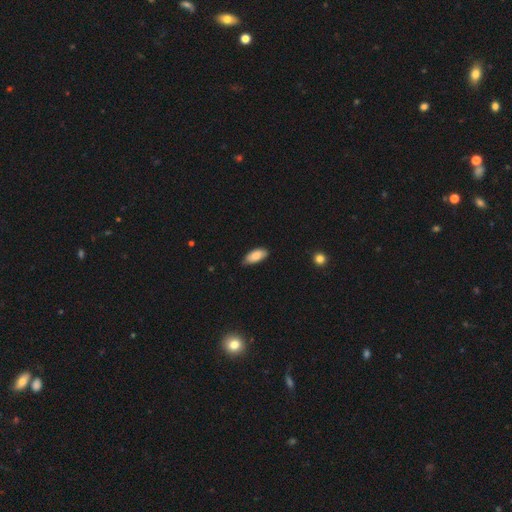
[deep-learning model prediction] Smooth or featured?
  - smooth: 87% *
  - featured or disk: 7%
  - star or artifact: 6%
How rounded?
  - in between: 89% *
  - cigar-shaped: 9%
  - round: 2%
Merging?
  - none: 73% *
  - minor disturbance: 23%
  - major disturbance: 3%
  - merger: 1%